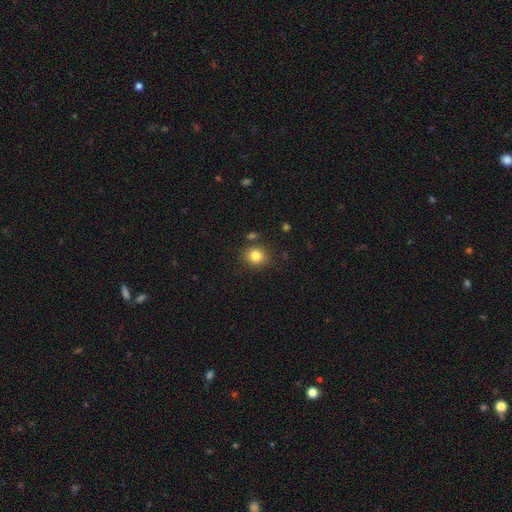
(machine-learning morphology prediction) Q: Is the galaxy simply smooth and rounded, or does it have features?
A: smooth — 83%.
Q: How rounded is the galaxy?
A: round — 81%.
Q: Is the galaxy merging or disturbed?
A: none — 82%.